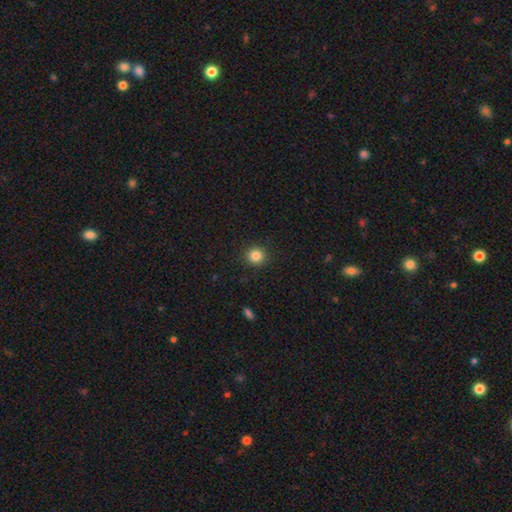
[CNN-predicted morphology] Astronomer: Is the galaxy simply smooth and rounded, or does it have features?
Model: smooth — 84%.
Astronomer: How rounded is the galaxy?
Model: round — 92%.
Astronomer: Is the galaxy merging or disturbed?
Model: none — 91%.